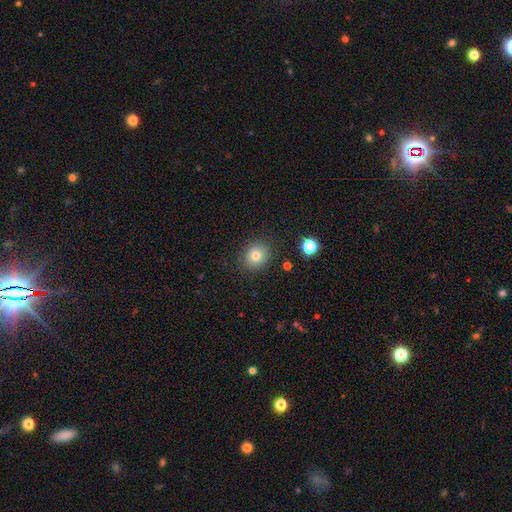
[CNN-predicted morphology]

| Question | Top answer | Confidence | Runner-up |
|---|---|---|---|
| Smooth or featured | smooth | 78% | star or artifact (13%) |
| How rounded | round | 80% | in between (19%) |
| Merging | none | 87% | minor disturbance (8%) |